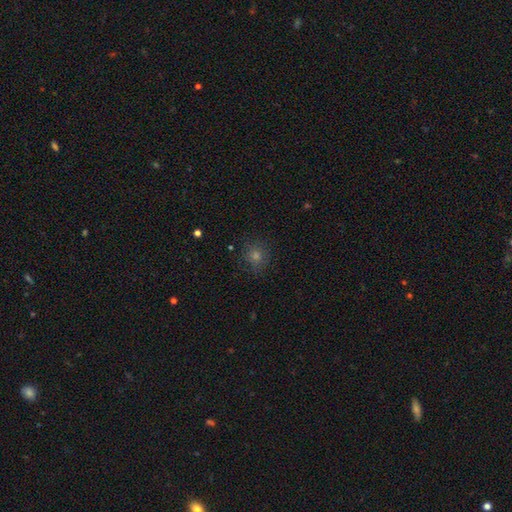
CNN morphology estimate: This is possibly a smooth galaxy (60%). How rounded: clearly round (89%). Merging: clearly none (86%).